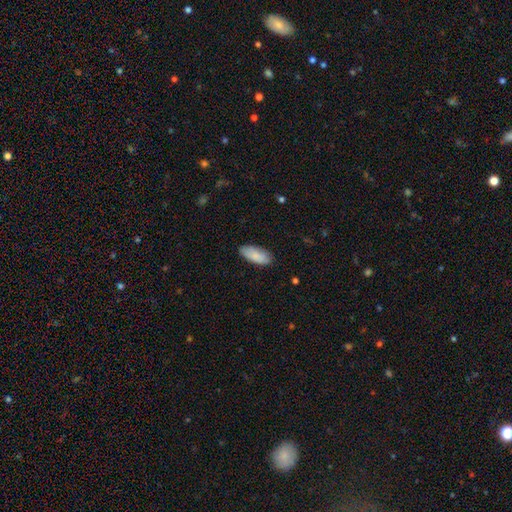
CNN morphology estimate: This appears to be a smooth galaxy with no disk features (87%) that is in between round and cigar-shaped (86%). Merging: none (83%).